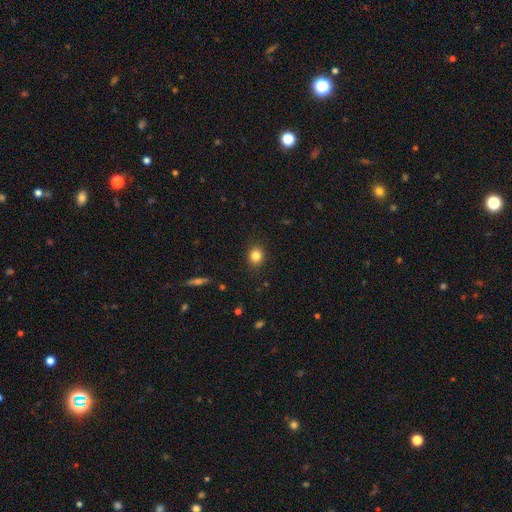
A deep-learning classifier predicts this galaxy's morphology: Overall: smooth (84%). How rounded: round (73%). Merging: none (89%).